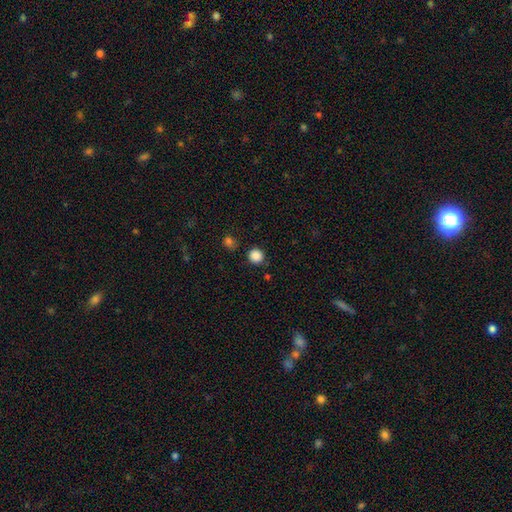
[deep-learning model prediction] This appears to be a smooth galaxy with no disk features (86%) that is round (91%). Merging: none (84%).